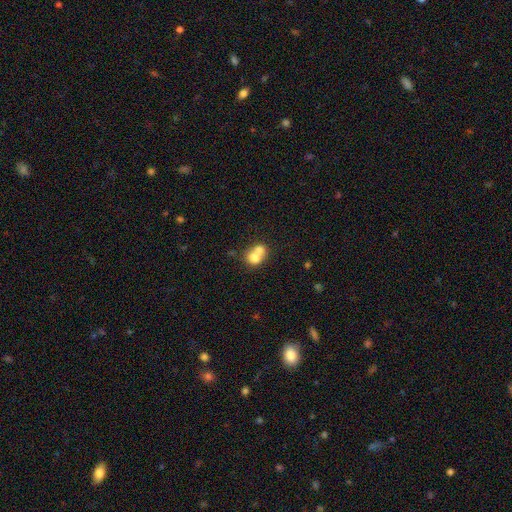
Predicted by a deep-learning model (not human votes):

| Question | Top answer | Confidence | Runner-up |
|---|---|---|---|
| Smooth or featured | smooth | 71% | featured or disk (20%) |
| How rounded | round | 71% | in between (28%) |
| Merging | merger | 71% | none (22%) |